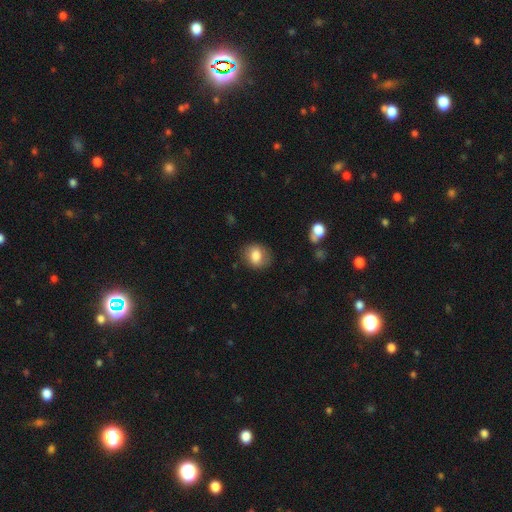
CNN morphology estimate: Smooth or featured: smooth — 77% (featured or disk — 14%)
How rounded: round — 56% (in between — 43%)
Merging: none — 77% (minor disturbance — 16%)